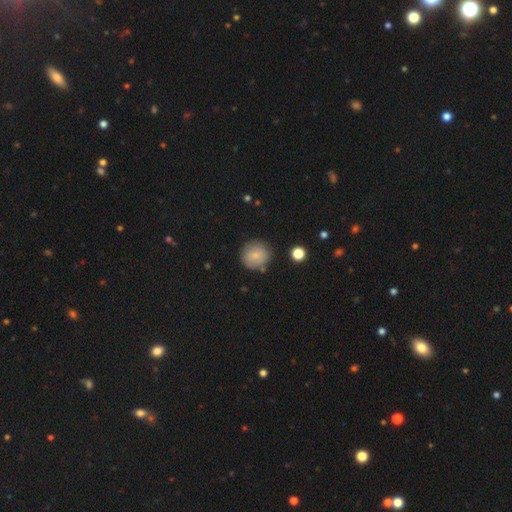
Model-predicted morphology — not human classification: Q: Smooth or featured?
A: smooth (81%); runner-up: featured or disk (11%)
Q: How rounded?
A: round (92%); runner-up: in between (7%)
Q: Merging?
A: none (82%); runner-up: minor disturbance (11%)